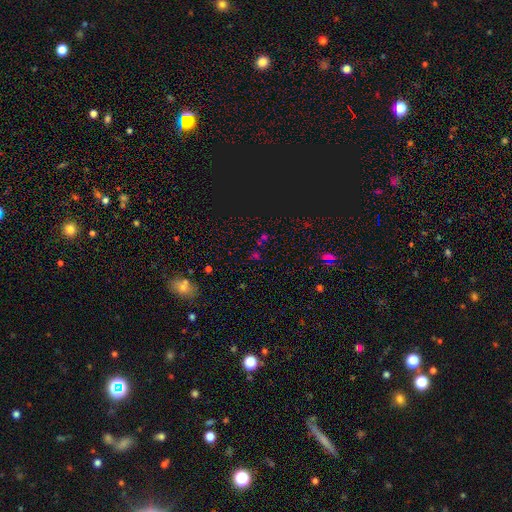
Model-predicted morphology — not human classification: Smooth or featured: star or artifact — 59% (smooth — 32%)